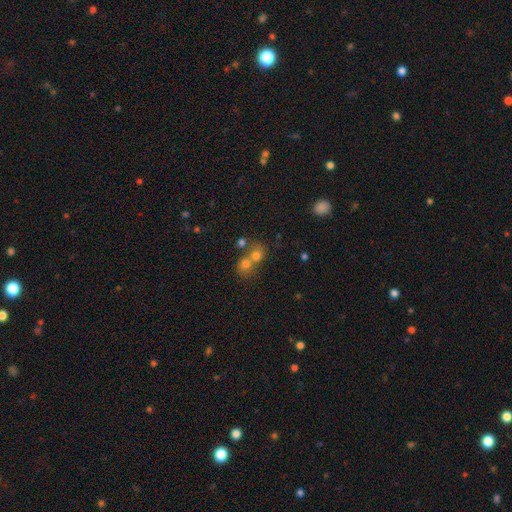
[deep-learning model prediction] A smooth galaxy with no disk features (68%) that is round (74%). Merging: merger (59%).